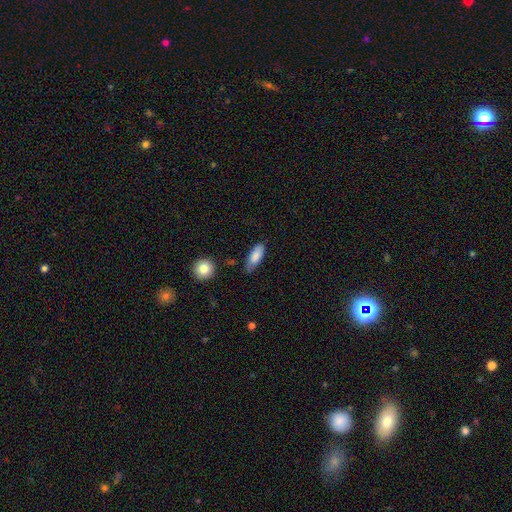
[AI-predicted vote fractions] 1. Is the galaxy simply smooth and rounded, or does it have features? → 84% smooth, 9% featured or disk, 6% star or artifact.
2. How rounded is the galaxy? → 79% in between, 19% cigar-shaped, 2% round.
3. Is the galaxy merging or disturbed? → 67% none, 25% minor disturbance, 5% major disturbance, 3% merger.